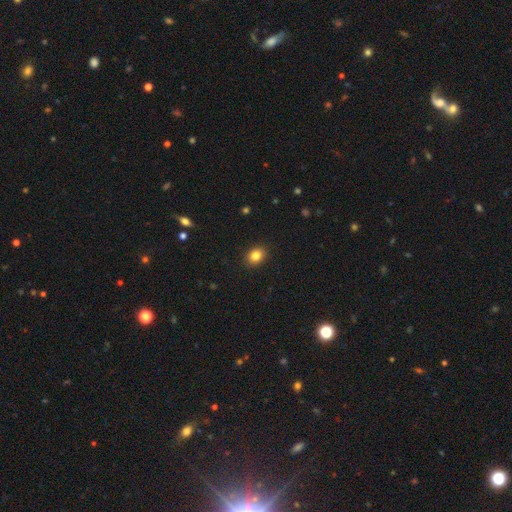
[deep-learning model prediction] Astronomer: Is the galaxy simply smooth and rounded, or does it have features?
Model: smooth — 84%.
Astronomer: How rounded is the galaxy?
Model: round — 51% (runner-up: in between, 48%).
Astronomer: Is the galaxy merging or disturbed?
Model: none — 90%.